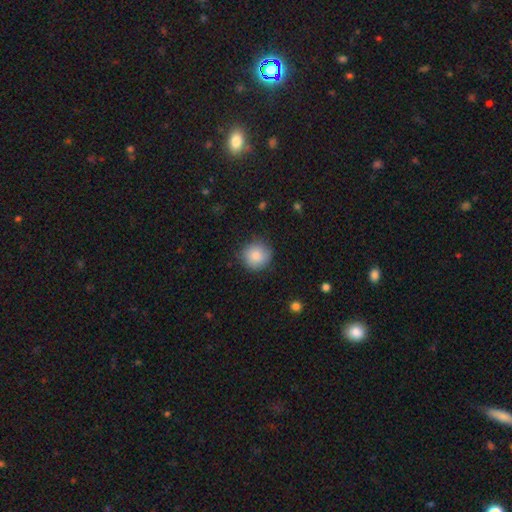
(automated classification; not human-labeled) Q: Smooth or featured?
A: smooth (85%); runner-up: star or artifact (8%)
Q: How rounded?
A: round (93%); runner-up: in between (6%)
Q: Merging?
A: none (83%); runner-up: minor disturbance (13%)